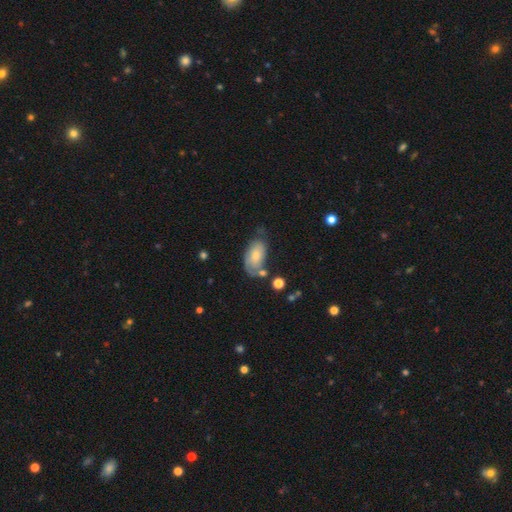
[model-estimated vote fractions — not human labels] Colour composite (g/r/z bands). It shows a smooth galaxy with no disk features (58%) that is in between round and cigar-shaped (92%). Merging: none (47%).